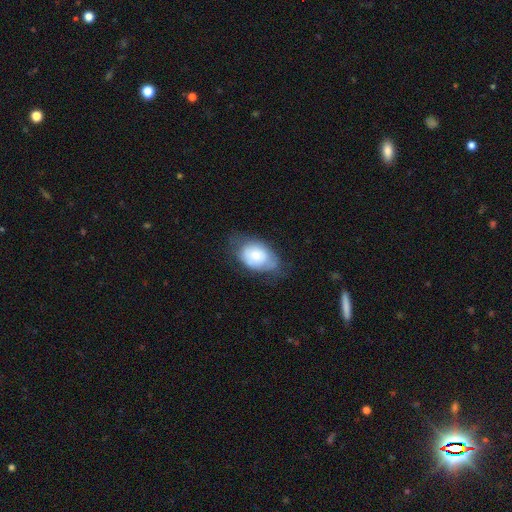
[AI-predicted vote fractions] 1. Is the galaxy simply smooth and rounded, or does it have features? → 63% smooth, 30% featured or disk, 7% star or artifact.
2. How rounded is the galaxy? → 86% in between, 13% round, 1% cigar-shaped.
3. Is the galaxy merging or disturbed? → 51% none, 33% minor disturbance, 15% major disturbance, 2% merger.